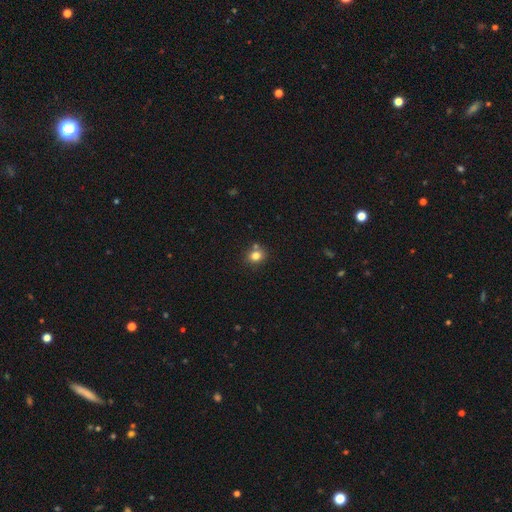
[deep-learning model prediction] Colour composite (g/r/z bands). It shows a smooth galaxy with no disk features (80%) that is round (71%). Merging: none (72%).